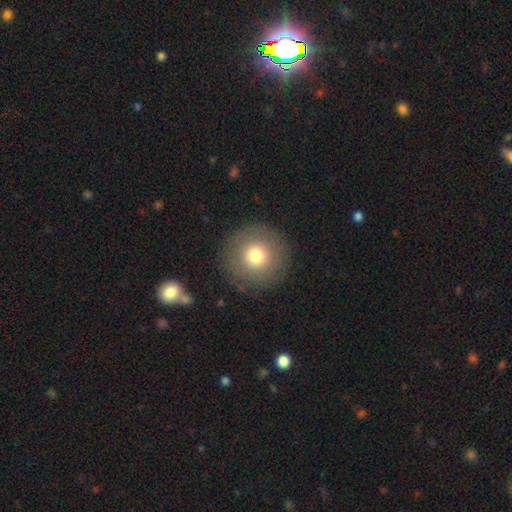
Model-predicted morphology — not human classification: Q: Smooth or featured?
A: smooth (76%); runner-up: featured or disk (13%)
Q: How rounded?
A: round (96%); runner-up: in between (3%)
Q: Merging?
A: none (89%); runner-up: minor disturbance (6%)